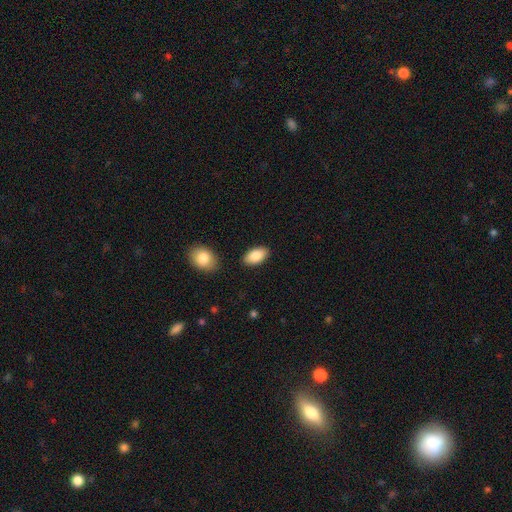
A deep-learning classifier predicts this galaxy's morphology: smooth_or_featured: smooth (p=0.86) [alt: featured or disk p=0.08]
how_rounded: in between (p=0.94) [alt: round p=0.03]
merging: none (p=0.86) [alt: minor disturbance p=0.09]